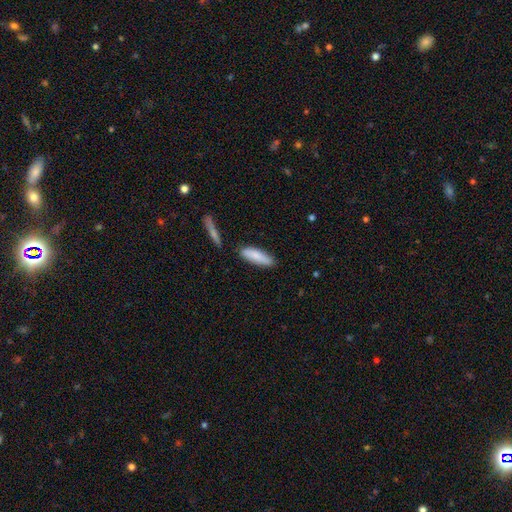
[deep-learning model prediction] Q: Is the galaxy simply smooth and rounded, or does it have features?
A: smooth — 84%.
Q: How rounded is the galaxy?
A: cigar-shaped — 56%.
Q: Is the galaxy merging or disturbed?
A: none — 80%.